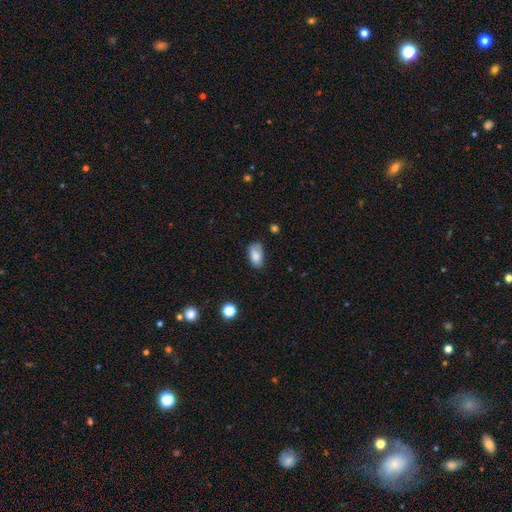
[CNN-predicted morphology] Smooth or featured: smooth — 82% (featured or disk — 9%)
How rounded: in between — 92% (round — 5%)
Merging: none — 65% (minor disturbance — 27%)